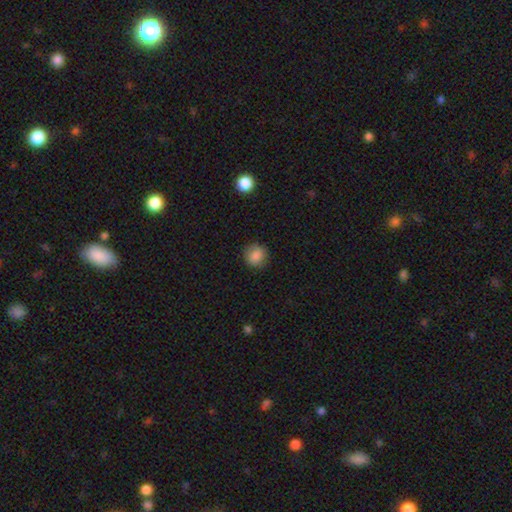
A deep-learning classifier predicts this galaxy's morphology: Q: Smooth or featured?
A: smooth (86%); runner-up: star or artifact (10%)
Q: How rounded?
A: round (88%); runner-up: in between (11%)
Q: Merging?
A: none (87%); runner-up: minor disturbance (9%)